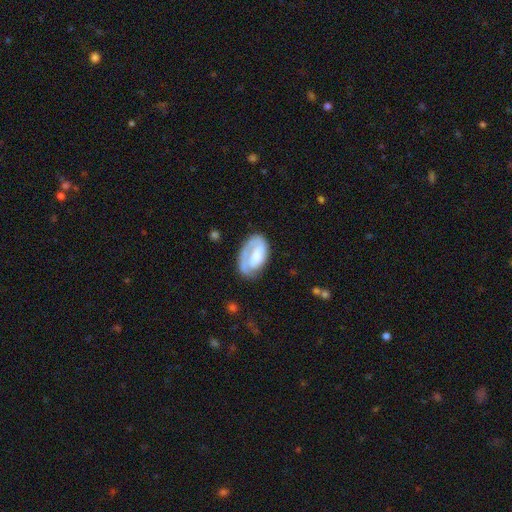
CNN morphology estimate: smooth_or_featured: featured or disk (p=0.51) [alt: smooth p=0.42]
disk_edge_on: no (p=0.96) [alt: yes p=0.04]
merging: none (p=0.51) [alt: minor disturbance p=0.26]